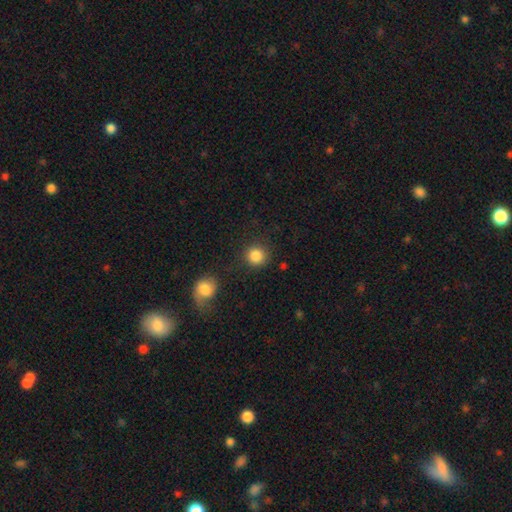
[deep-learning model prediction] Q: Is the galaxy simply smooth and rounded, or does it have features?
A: smooth — 86%.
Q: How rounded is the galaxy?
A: round — 92%.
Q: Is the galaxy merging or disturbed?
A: none — 83%.